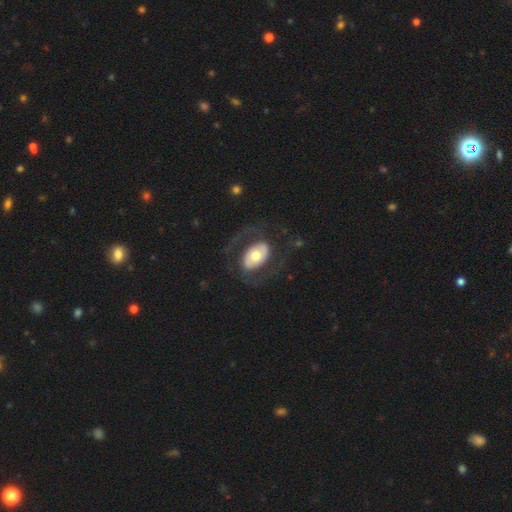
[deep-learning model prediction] Morphology: type=featured or disk (66%); edge-on=no (95%); bar=no (62%); spiral arms=yes (64%); bulge=moderate (65%); merging=none (68%).